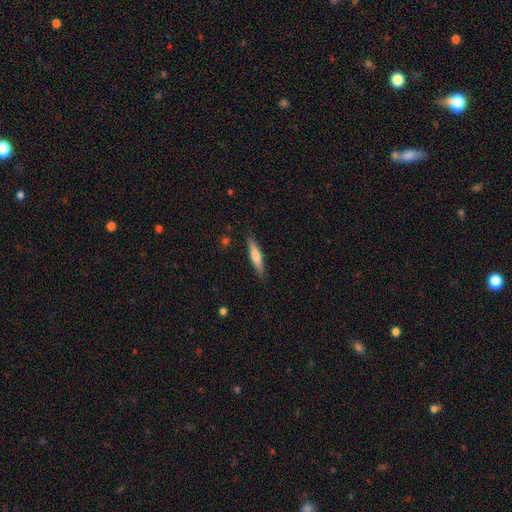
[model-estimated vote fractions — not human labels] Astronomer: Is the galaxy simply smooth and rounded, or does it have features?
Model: smooth — 58% (runner-up: featured or disk, 36%).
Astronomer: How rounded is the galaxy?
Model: cigar-shaped — 83%.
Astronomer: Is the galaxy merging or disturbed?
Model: none — 87%.